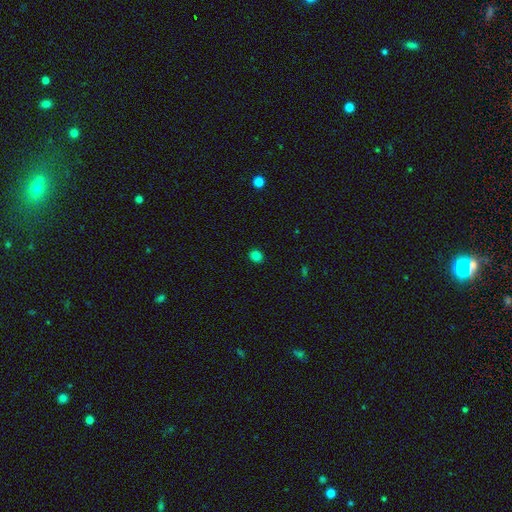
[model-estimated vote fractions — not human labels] This is clearly a smooth galaxy (82%). How rounded: likely round (74%). Merging: clearly none (90%).